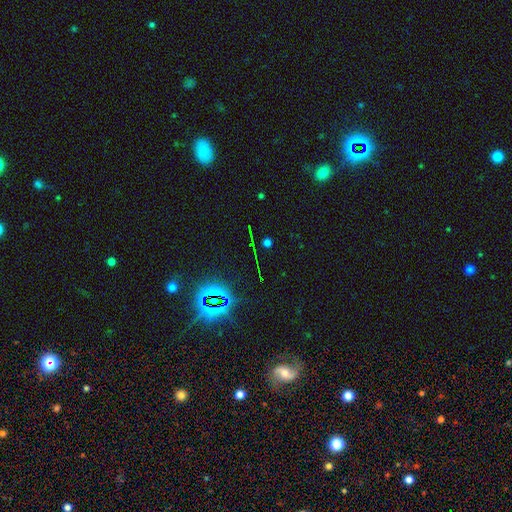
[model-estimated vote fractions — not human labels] Q: Smooth or featured?
A: star or artifact (72%); runner-up: smooth (17%)